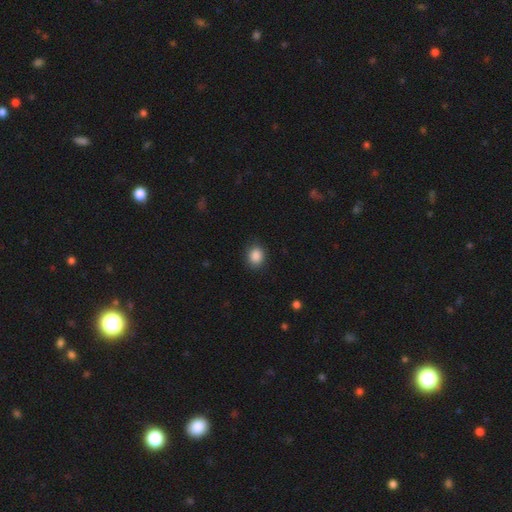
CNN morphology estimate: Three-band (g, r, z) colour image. It shows a smooth galaxy with no disk features (87%) that is round (59%). Merging: none (86%).